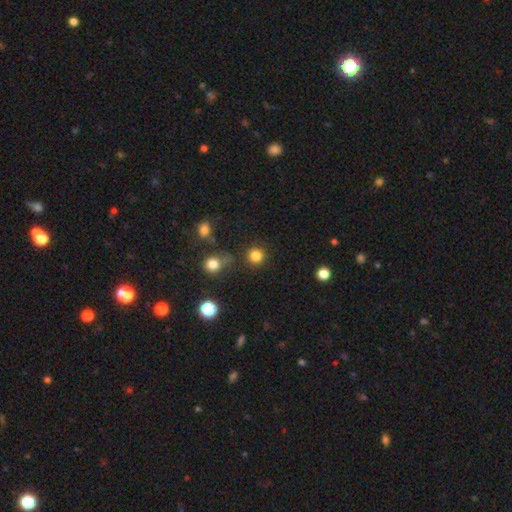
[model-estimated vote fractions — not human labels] Smooth or featured: smooth — 82% (star or artifact — 14%)
How rounded: round — 93% (in between — 6%)
Merging: none — 83% (minor disturbance — 8%)